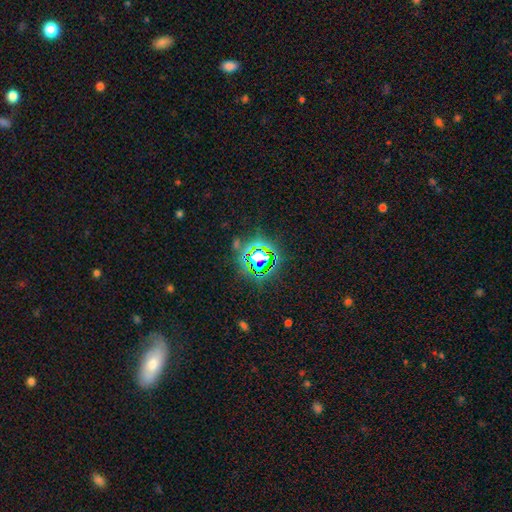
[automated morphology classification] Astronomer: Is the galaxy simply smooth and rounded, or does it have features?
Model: star or artifact — 73%.